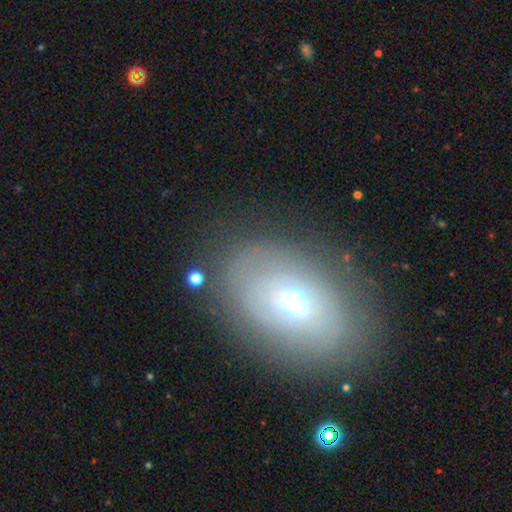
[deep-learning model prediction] A featured or disk galaxy (47%). Merging: none (73%).